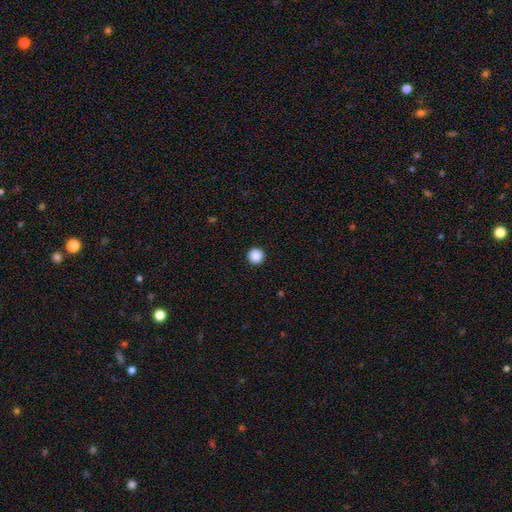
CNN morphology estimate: smooth-or-featured: smooth: 89% | star or artifact: 9% | featured or disk: 2%
  how-rounded: round: 96% | in between: 3% | cigar-shaped: 1%
  merging: none: 94% | minor disturbance: 4% | major disturbance: 1% | merger: 1%